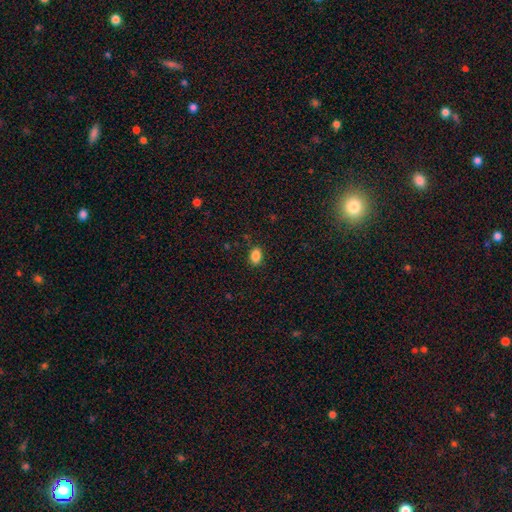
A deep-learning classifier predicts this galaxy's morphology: This is clearly a smooth galaxy (87%). How rounded: clearly in between (81%). Merging: clearly none (86%).